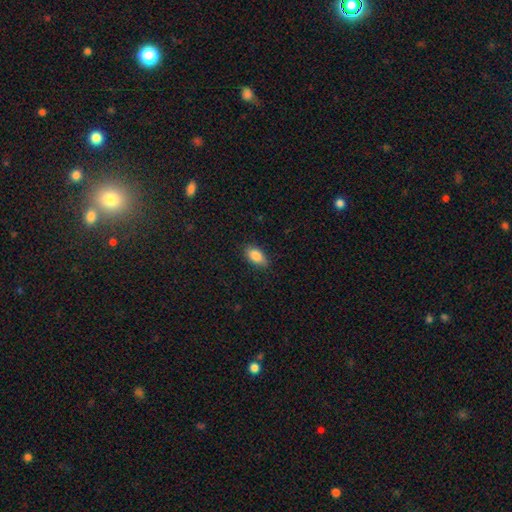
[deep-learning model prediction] A smooth galaxy with no disk features (87%) that is in between round and cigar-shaped (91%).

Vote fractions:
- Smooth or featured? smooth: 87% / star or artifact: 7% / featured or disk: 6%
- How rounded? in between: 91% / round: 5% / cigar-shaped: 4%
- Merging? none: 84% / minor disturbance: 13% / major disturbance: 2% / merger: 1%